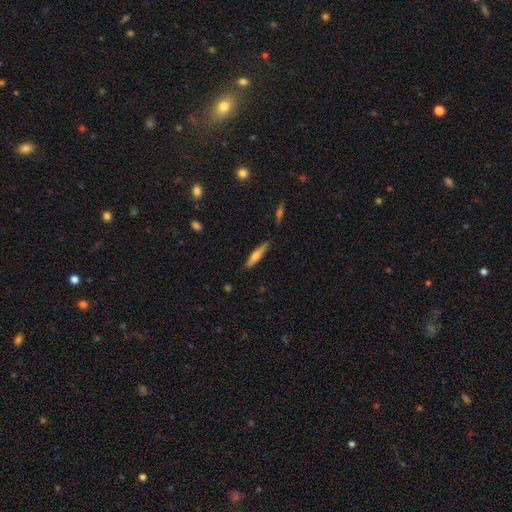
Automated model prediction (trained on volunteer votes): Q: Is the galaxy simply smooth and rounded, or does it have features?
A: smooth — 53%.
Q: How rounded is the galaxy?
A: cigar-shaped — 87%.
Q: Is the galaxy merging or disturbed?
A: none — 86%.